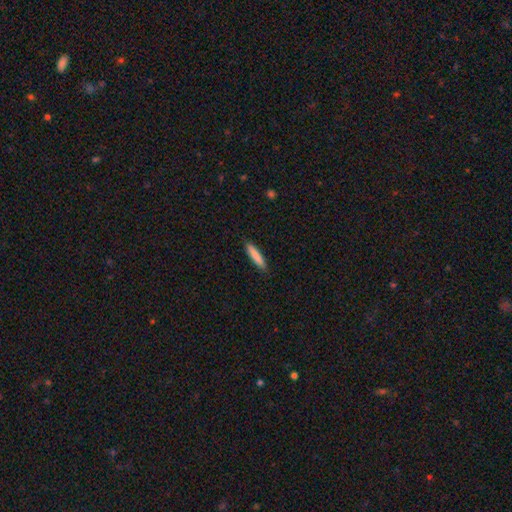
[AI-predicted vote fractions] A smooth galaxy with no disk features (84%) that is cigar-shaped (89%).

Vote fractions:
- Smooth or featured? smooth: 84% / featured or disk: 10% / star or artifact: 6%
- How rounded? cigar-shaped: 89% / in between: 10% / round: 1%
- Merging? none: 89% / minor disturbance: 9% / major disturbance: 2% / merger: 1%